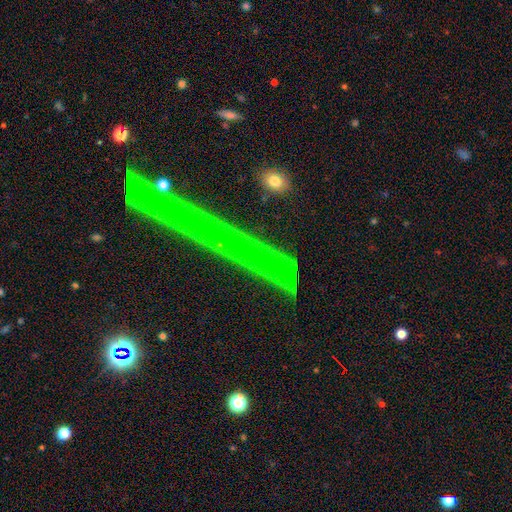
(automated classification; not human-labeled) Q: Smooth or featured?
A: star or artifact (57%); runner-up: featured or disk (26%)